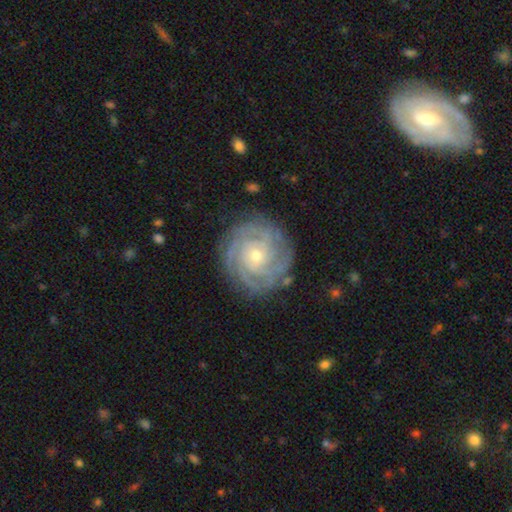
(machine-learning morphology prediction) smooth_or_featured: featured or disk (p=0.87) [alt: smooth p=0.07]
disk_edge_on: no (p=0.98) [alt: yes p=0.02]
bar: no (p=0.76) [alt: weak p=0.19]
has_spiral_arms: yes (p=0.97) [alt: no p=0.03]
spiral_winding: tight (p=0.81) [alt: medium p=0.16]
spiral_arm_count: 4 (p=0.26) [alt: 3 p=0.24]
bulge_size: small (p=0.57) [alt: moderate p=0.39]
merging: none (p=0.82) [alt: minor disturbance p=0.12]